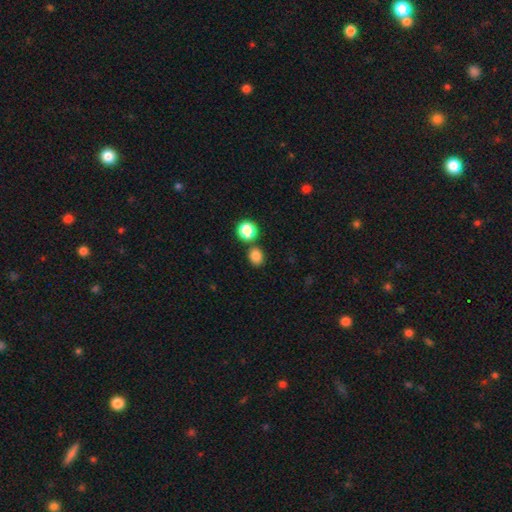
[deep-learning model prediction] Overall: smooth (82%). How rounded: round (61%; in between 38%). Merging: none (77%).